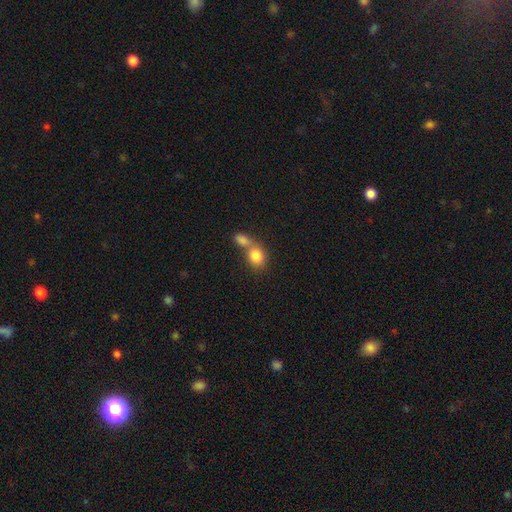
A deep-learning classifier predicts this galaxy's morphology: Smooth or featured? smooth (83%)
How rounded? round (55%)
Merging? merger (59%)